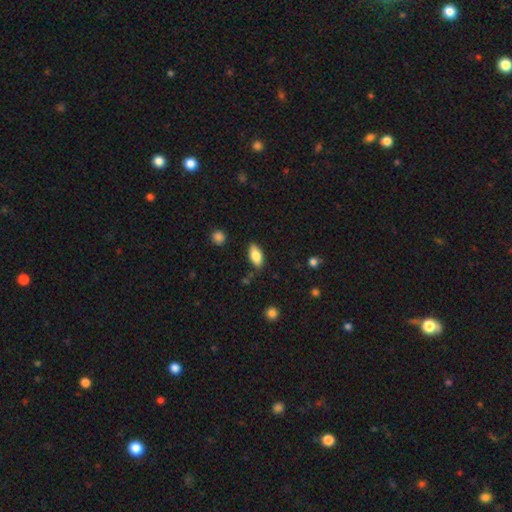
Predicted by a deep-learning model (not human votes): smooth 81%, featured or disk 13%, star or artifact 7%. Down the decision tree: how rounded — in between (86%); merging — none (83%).